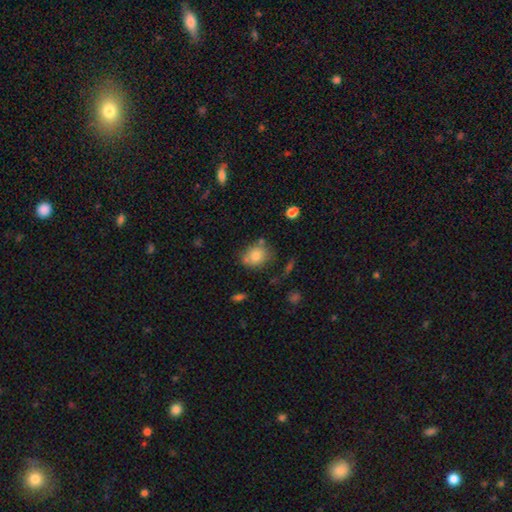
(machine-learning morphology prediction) This appears to be a smooth galaxy with no disk features (78%) that is round (59%). Merging: none (65%).